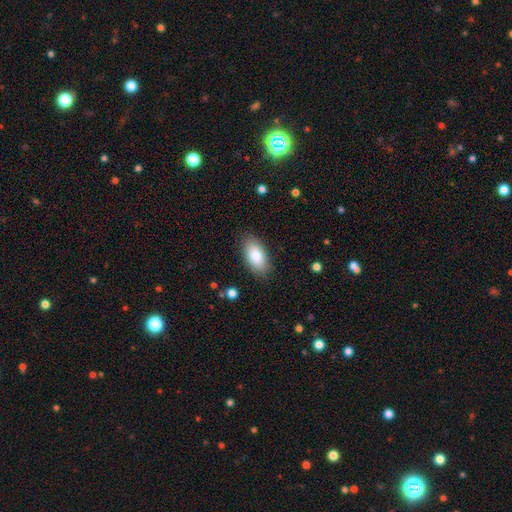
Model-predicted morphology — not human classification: This is clearly a smooth galaxy (82%). How rounded: clearly in between (93%). Merging: clearly none (85%).